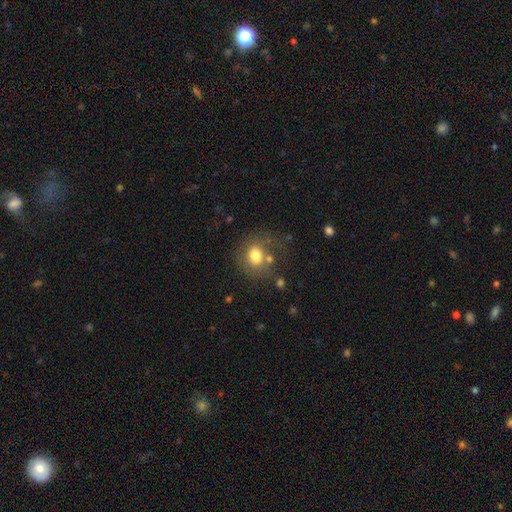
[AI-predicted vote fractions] Overall: smooth (74%). How rounded: round (67%; in between 32%). Merging: none (60%).